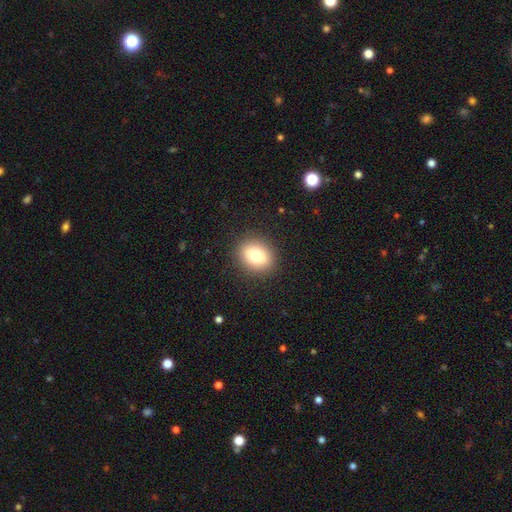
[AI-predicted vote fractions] Smooth or featured? Predicted: smooth (p=0.79). How rounded? Predicted: round (p=0.52). Merging? Predicted: none (p=0.89).